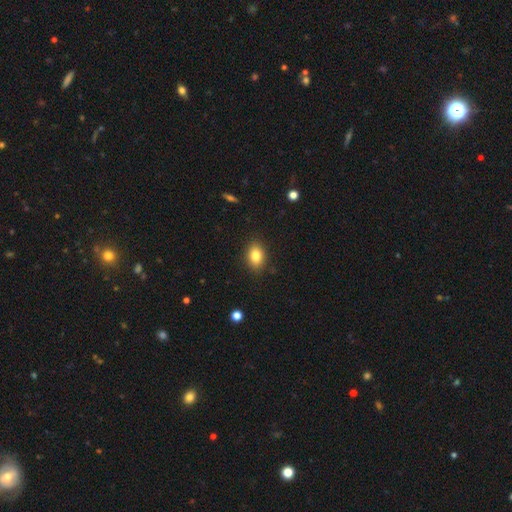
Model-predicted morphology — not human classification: This is clearly a smooth galaxy (82%). How rounded: likely in between (78%). Merging: clearly none (87%).